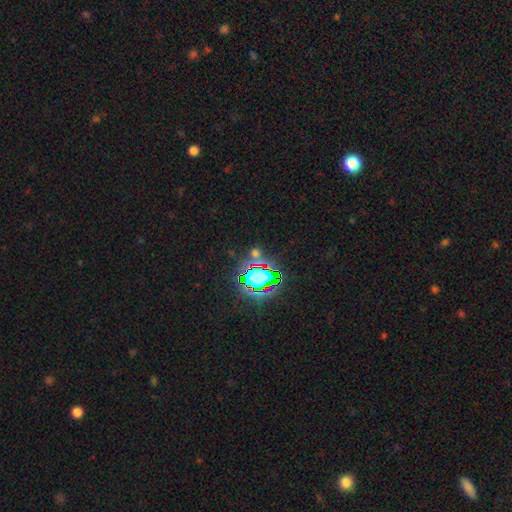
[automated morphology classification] Smooth or featured? star or artifact (74%)